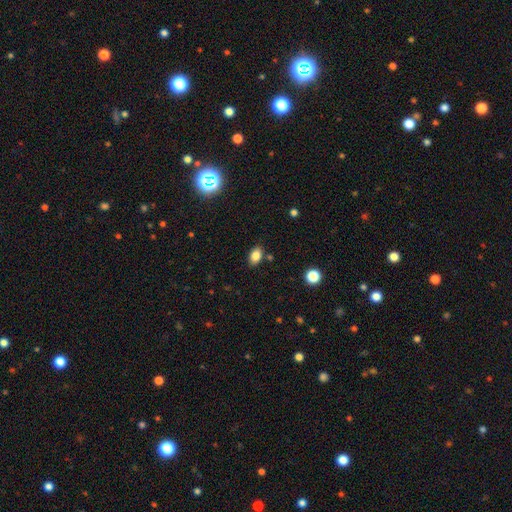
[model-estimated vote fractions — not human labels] A smooth galaxy with no disk features (83%) that is in between round and cigar-shaped (85%). Merging: none (83%).